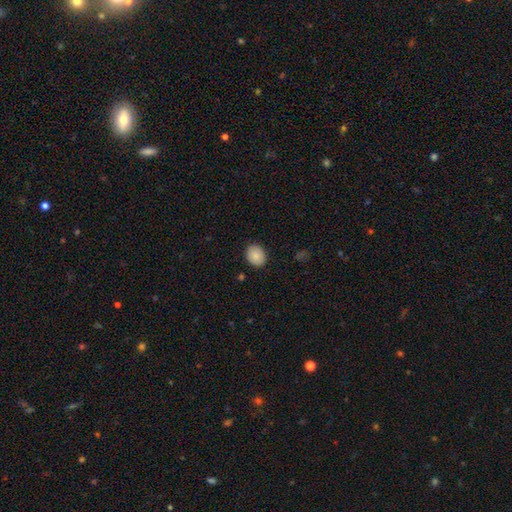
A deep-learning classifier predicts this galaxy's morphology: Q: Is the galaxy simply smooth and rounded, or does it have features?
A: smooth — 88%.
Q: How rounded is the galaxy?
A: round — 52%.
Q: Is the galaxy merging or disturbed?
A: none — 88%.